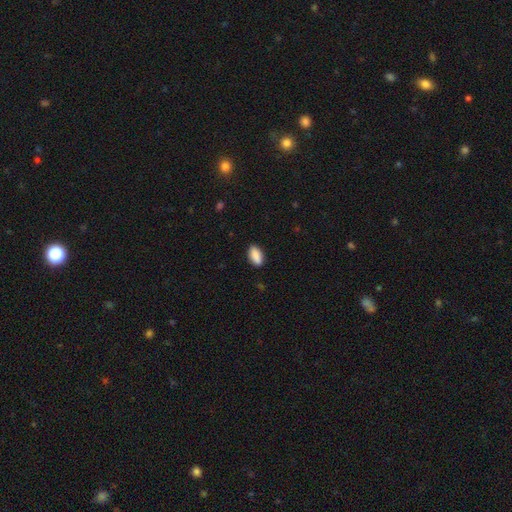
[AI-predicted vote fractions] A smooth galaxy with no disk features (89%) that is in between round and cigar-shaped (89%).

Vote fractions:
- Smooth or featured? smooth: 89% / star or artifact: 7% / featured or disk: 4%
- How rounded? in between: 89% / cigar-shaped: 8% / round: 3%
- Merging? none: 87% / minor disturbance: 10% / major disturbance: 2% / merger: 1%